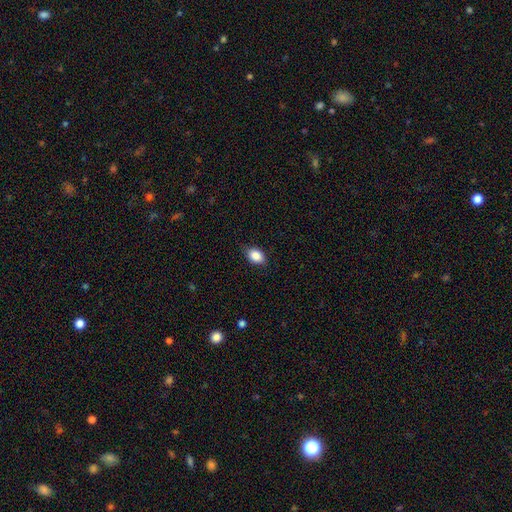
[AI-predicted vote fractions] Morphology: type=smooth (87%); roundness=in between (83%); merging=none (82%).